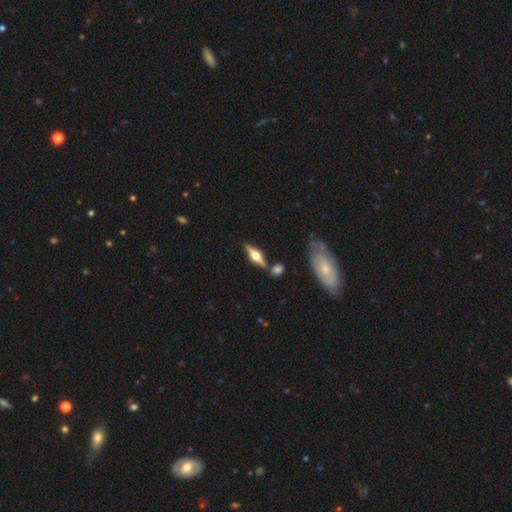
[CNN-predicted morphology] This is likely a featured or disk galaxy (67%). It is clearly viewed edge-on (95%). Edge-on bulge: clearly rounded (94%). Merging: likely none (77%).